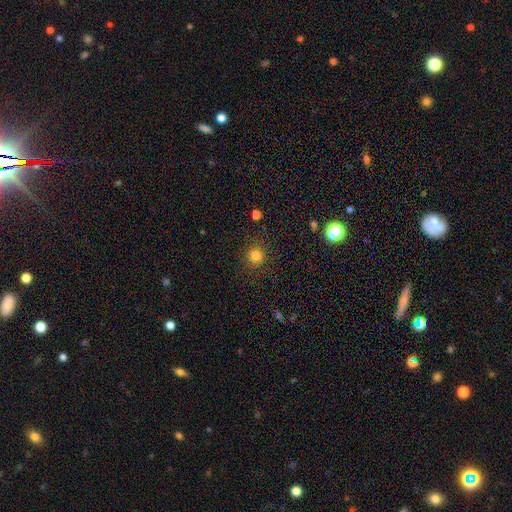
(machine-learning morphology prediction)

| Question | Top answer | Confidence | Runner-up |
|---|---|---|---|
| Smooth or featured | smooth | 81% | star or artifact (14%) |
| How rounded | round | 93% | in between (6%) |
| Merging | none | 89% | minor disturbance (7%) |